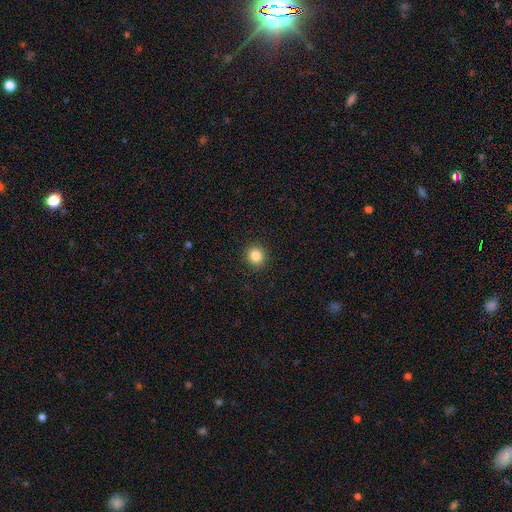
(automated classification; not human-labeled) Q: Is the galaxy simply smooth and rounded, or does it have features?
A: smooth — 85%.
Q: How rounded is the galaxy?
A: round — 91%.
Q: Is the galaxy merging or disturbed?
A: none — 92%.